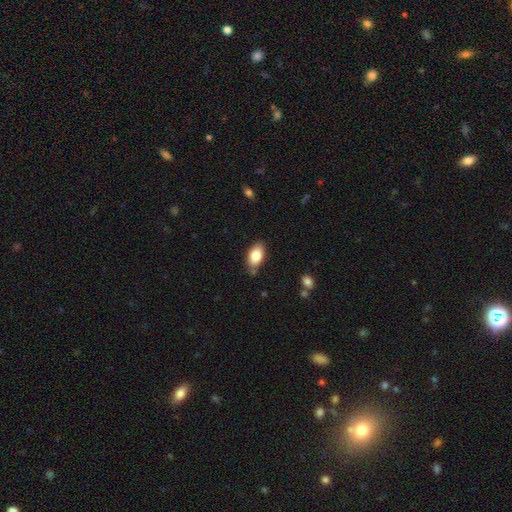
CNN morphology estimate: A smooth galaxy with no disk features (83%) that is in between round and cigar-shaped (92%). Merging: none (78%).